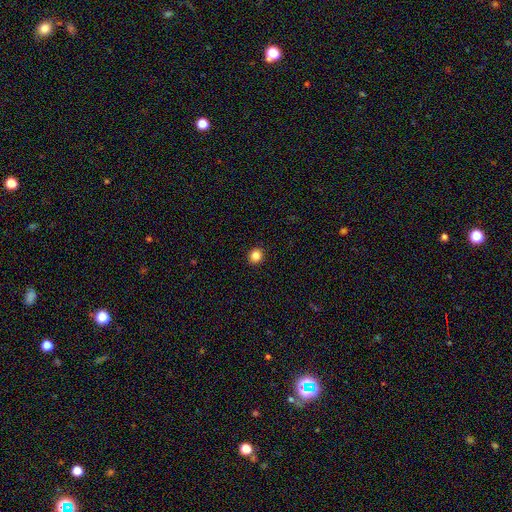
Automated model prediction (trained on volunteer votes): Q: Smooth or featured?
A: smooth (85%); runner-up: star or artifact (11%)
Q: How rounded?
A: round (83%); runner-up: in between (16%)
Q: Merging?
A: none (93%); runner-up: minor disturbance (5%)